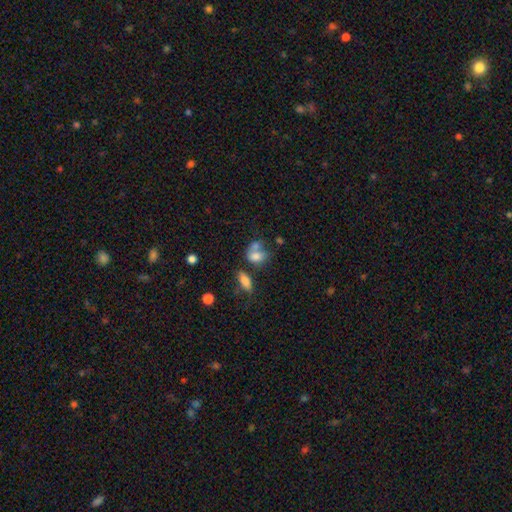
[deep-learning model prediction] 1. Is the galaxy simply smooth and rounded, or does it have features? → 74% smooth, 15% featured or disk, 11% star or artifact.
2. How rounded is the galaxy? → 66% in between, 31% round, 3% cigar-shaped.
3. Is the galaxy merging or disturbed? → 47% merger, 31% none, 13% minor disturbance, 8% major disturbance.